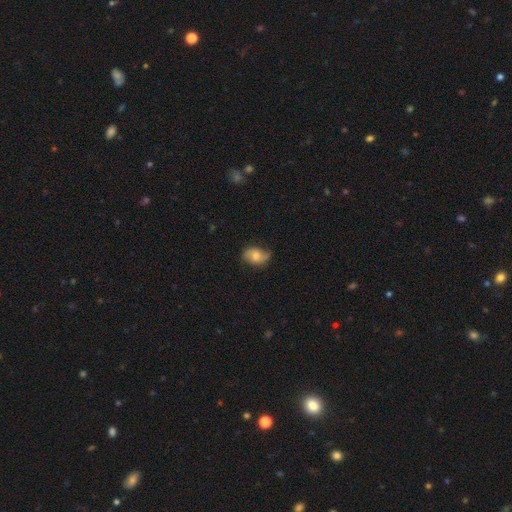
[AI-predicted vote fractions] smooth_or_featured: smooth (p=0.53) [alt: featured or disk p=0.39]
how_rounded: in between (p=0.78) [alt: round p=0.21]
merging: none (p=0.64) [alt: minor disturbance p=0.27]